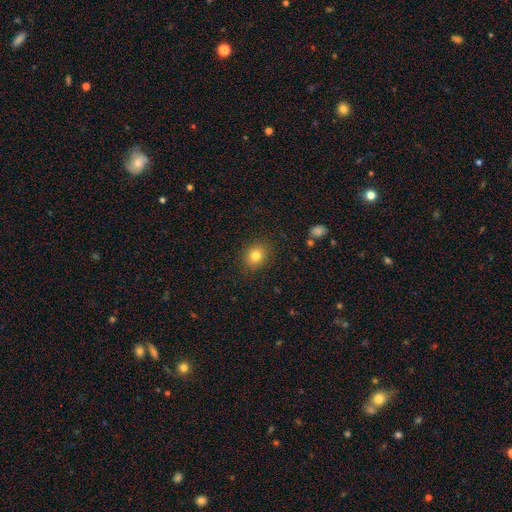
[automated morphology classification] smooth_or_featured: smooth (p=0.81) [alt: star or artifact p=0.11]
how_rounded: round (p=0.67) [alt: in between p=0.32]
merging: none (p=0.87) [alt: minor disturbance p=0.09]